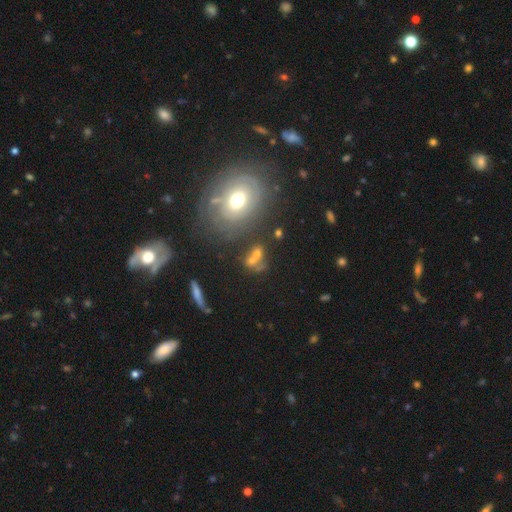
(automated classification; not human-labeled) Q: Smooth or featured?
A: smooth (39%); runner-up: star or artifact (32%)
Q: Merging?
A: none (70%); runner-up: minor disturbance (12%)